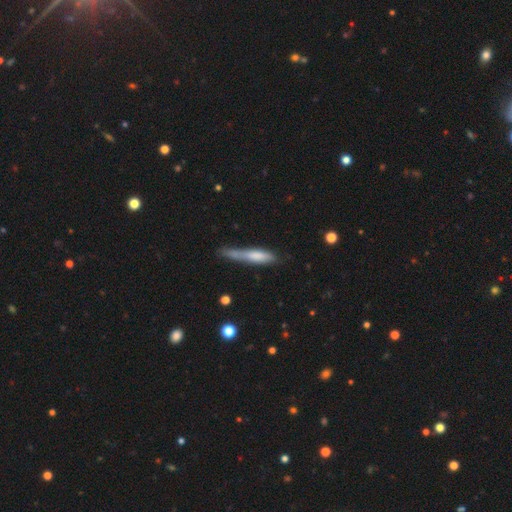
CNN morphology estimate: Overall: smooth (69%). How rounded: cigar-shaped (88%). Merging: none (46%; minor disturbance 34%).